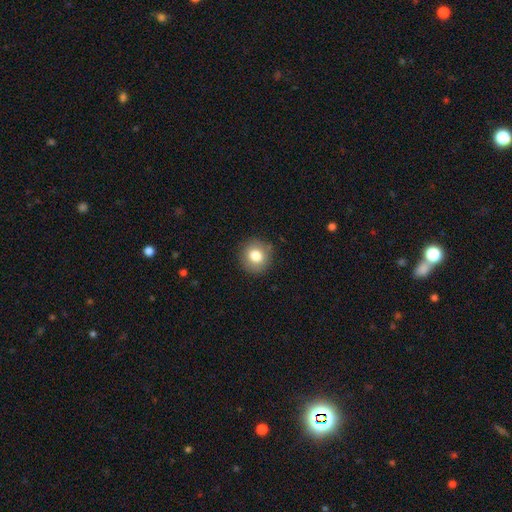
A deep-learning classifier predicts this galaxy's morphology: The model was most divided on "smooth or featured": smooth: 80%, featured or disk: 10%, star or artifact: 10%. More confident: how rounded — round (88%); merging — none (87%).